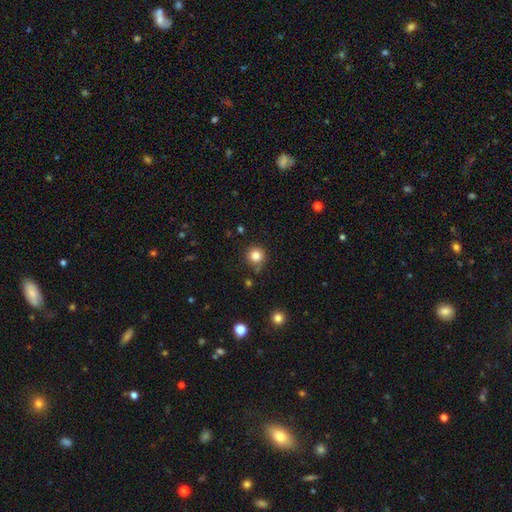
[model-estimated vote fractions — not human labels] This appears to be a smooth galaxy with no disk features (82%) that is round (95%). Merging: none (82%).